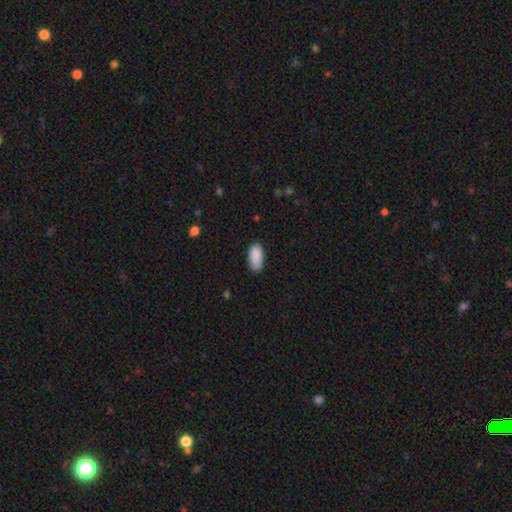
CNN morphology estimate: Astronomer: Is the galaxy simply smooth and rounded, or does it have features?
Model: smooth — 90%.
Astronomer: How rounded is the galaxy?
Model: in between — 93%.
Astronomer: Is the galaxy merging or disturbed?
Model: none — 79%.